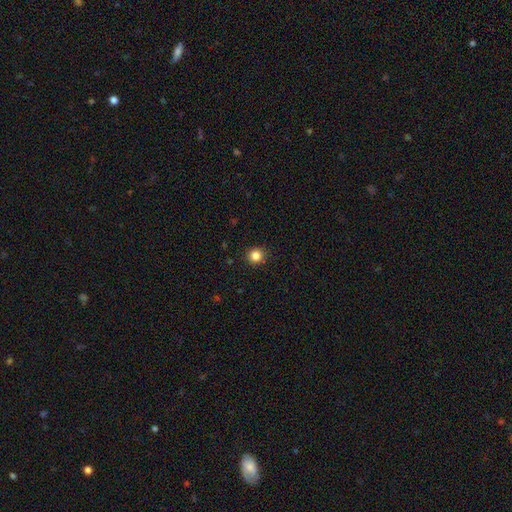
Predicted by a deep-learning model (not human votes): Smooth or featured?
  - smooth: 84% *
  - star or artifact: 12%
  - featured or disk: 4%
How rounded?
  - round: 91% *
  - in between: 8%
  - cigar-shaped: 1%
Merging?
  - none: 92% *
  - minor disturbance: 6%
  - major disturbance: 2%
  - merger: 1%